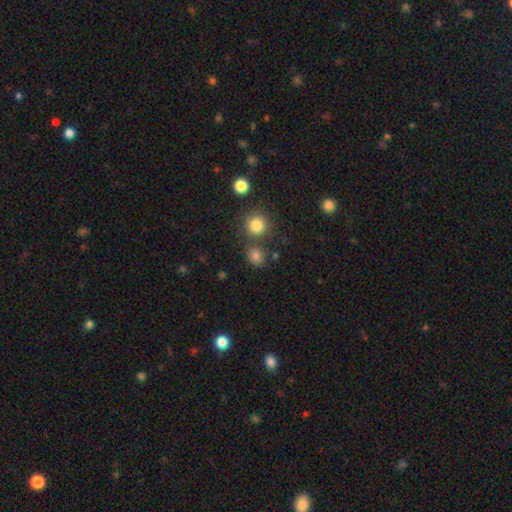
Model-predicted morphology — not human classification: smooth 78%, star or artifact 15%, featured or disk 6%. Down the decision tree: how rounded — round (79%); merging — none (69%).